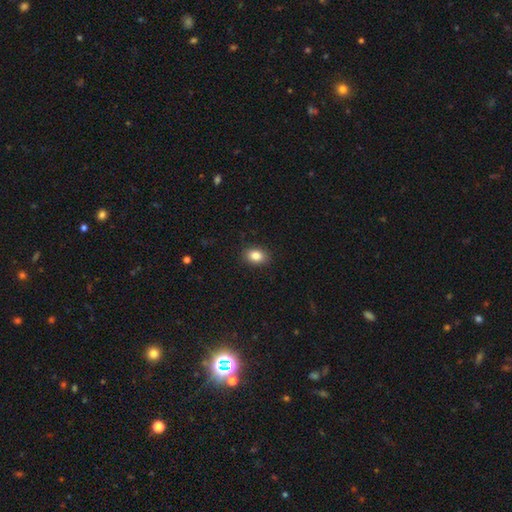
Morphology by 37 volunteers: type=smooth (97%); roundness=in between (75%); merging=none (92%).